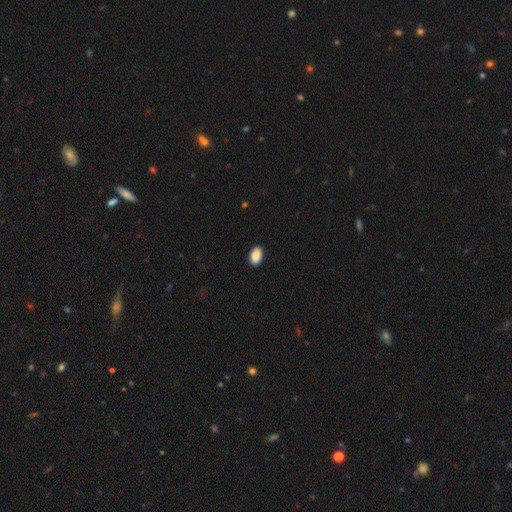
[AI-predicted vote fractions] Smooth or featured? Predicted: smooth (p=0.90). How rounded? Predicted: in between (p=0.90). Merging? Predicted: none (p=0.88).